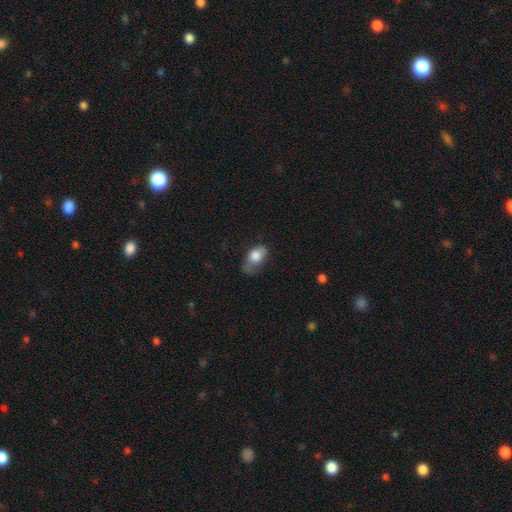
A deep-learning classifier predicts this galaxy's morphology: Overall: smooth (77%). How rounded: in between (85%). Merging: minor disturbance (38%; none 36%).